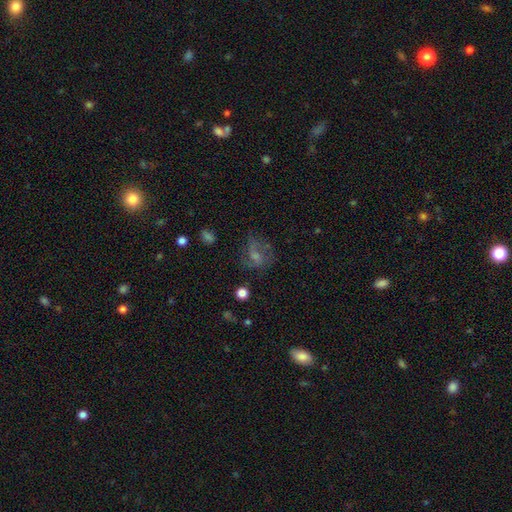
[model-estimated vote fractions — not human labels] smooth_or_featured: featured or disk (p=0.49) [alt: smooth p=0.28]
merging: none (p=0.60) [alt: minor disturbance p=0.19]